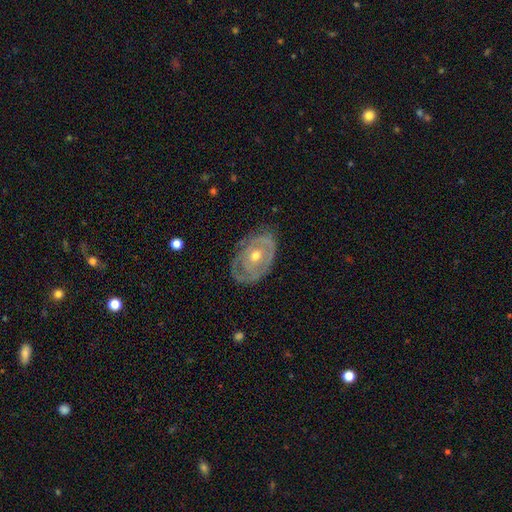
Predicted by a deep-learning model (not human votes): This appears to be a featured or disk galaxy (77%) with no bar (81%), spiral arms (65%) and a moderate central bulge (67%). Merging: none (69%).